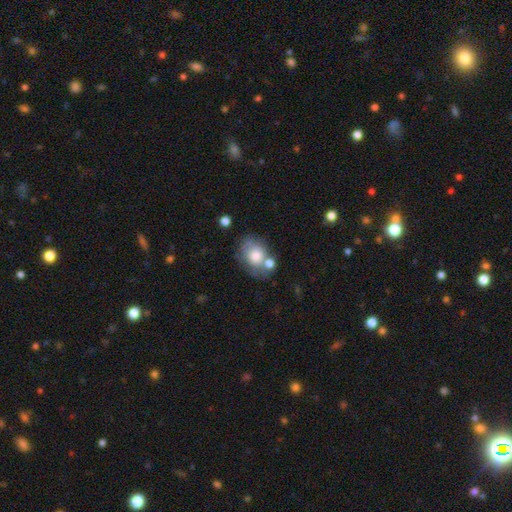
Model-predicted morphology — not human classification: smooth_or_featured: smooth (p=0.73) [alt: featured or disk p=0.19]
how_rounded: in between (p=0.61) [alt: round p=0.38]
merging: none (p=0.49) [alt: merger p=0.23]